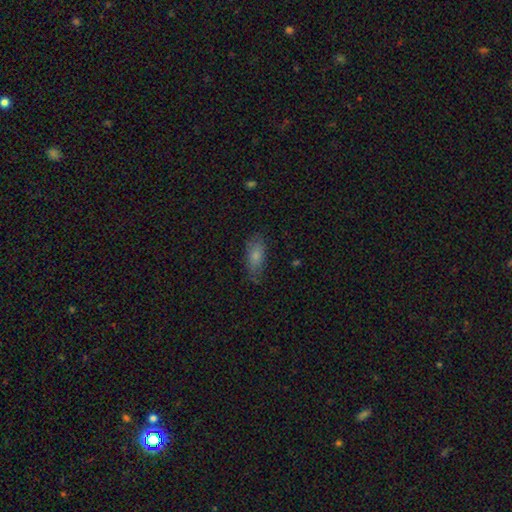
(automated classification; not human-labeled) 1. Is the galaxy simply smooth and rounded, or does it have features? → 77% smooth, 15% featured or disk, 8% star or artifact.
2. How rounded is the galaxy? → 83% in between, 14% cigar-shaped, 3% round.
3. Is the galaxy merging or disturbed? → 69% none, 23% minor disturbance, 6% major disturbance, 1% merger.